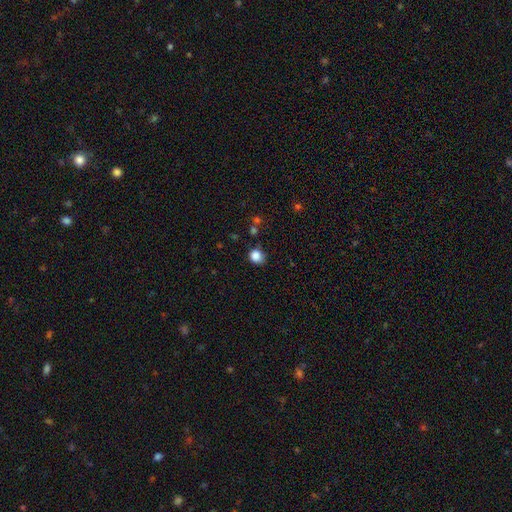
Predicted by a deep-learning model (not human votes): The model was most divided on "how rounded": round: 77%, in between: 22%, cigar-shaped: 1%. More confident: smooth or featured — smooth (85%); merging — none (75%).